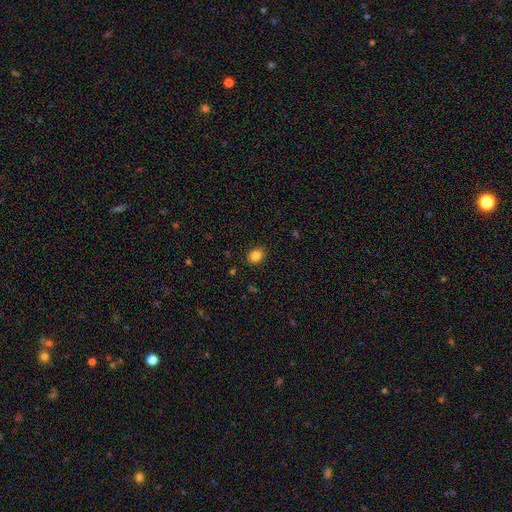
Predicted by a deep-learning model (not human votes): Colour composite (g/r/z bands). It shows a smooth galaxy with no disk features (85%) that is in between round and cigar-shaped (57%). Merging: none (89%).